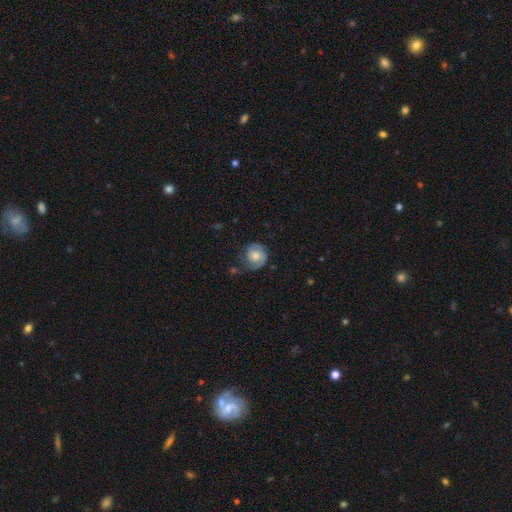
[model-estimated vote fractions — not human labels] featured or disk 58%, smooth 35%, star or artifact 7%. Down the decision tree: edge-on disk — no (98%); bar — no (72%); spiral arms — yes (89%); spiral arm count — 2 (49%); spiral winding — tight (56%); bulge size — moderate (50%); merging — none (61%).